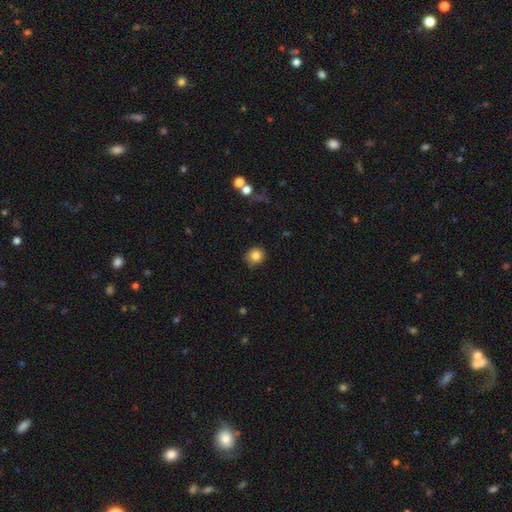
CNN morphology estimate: The model was most divided on "smooth or featured": smooth: 83%, star or artifact: 11%, featured or disk: 6%. More confident: how rounded — round (89%); merging — none (84%).